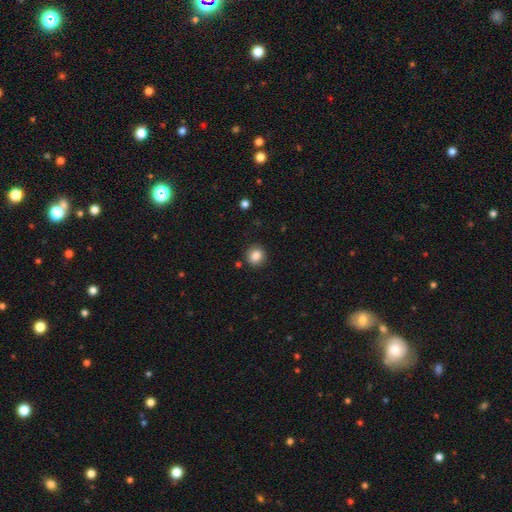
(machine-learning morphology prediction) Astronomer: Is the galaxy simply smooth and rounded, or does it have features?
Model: smooth — 85%.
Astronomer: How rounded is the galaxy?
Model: round — 79%.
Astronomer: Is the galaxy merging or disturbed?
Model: none — 87%.